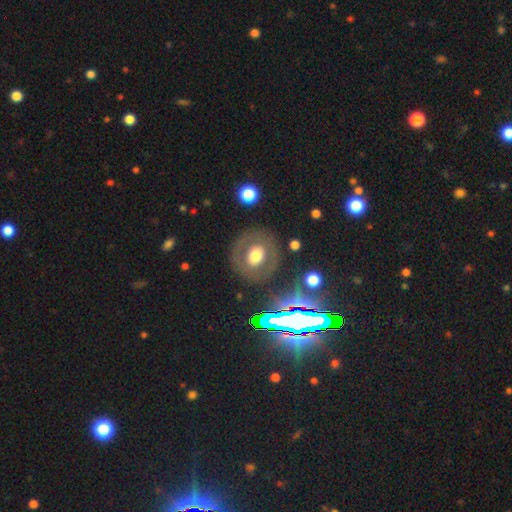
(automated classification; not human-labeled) The model was most divided on "smooth or featured": star or artifact: 39%, featured or disk: 38%, smooth: 23%.